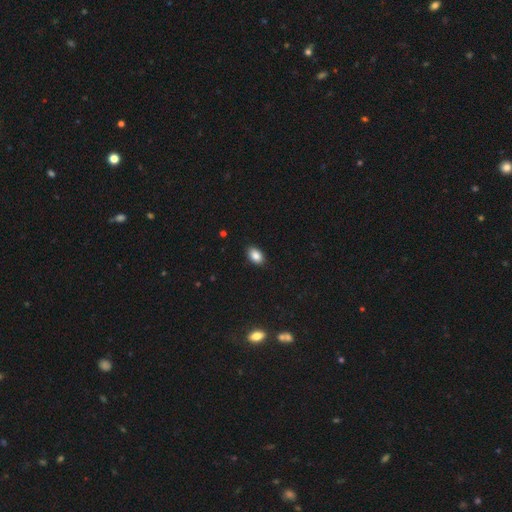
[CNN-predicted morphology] type=smooth (86%); roundness=in between (89%); merging=none (88%).